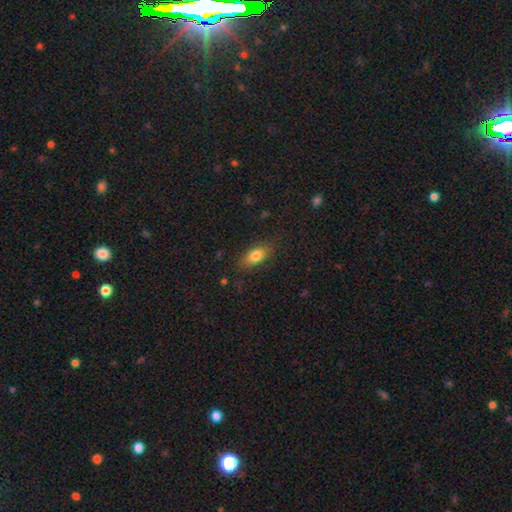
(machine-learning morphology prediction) smooth 79%, featured or disk 13%, star or artifact 8%. Down the decision tree: how rounded — in between (83%); merging — none (82%).